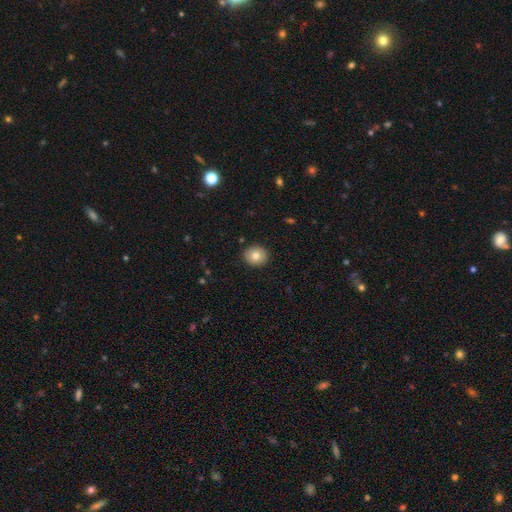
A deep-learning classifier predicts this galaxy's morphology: This appears to be a smooth galaxy with no disk features (78%) that is round (80%). Merging: none (91%).